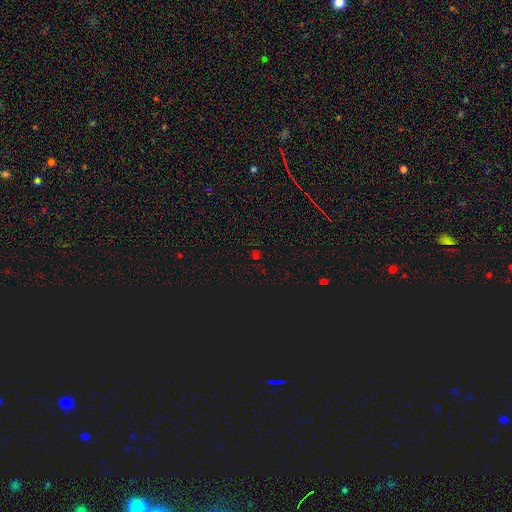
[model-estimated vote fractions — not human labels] Morphology: type=star or artifact (68%).